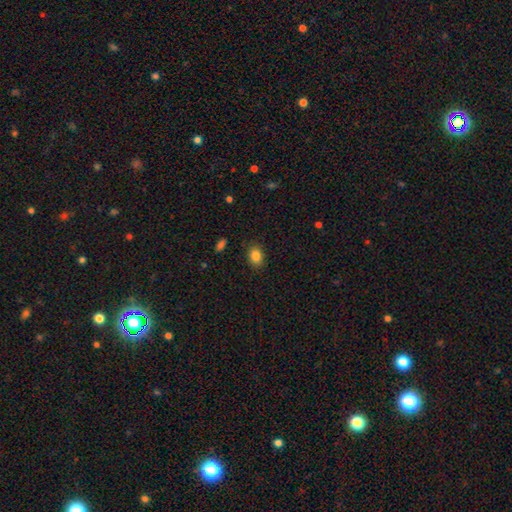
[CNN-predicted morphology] smooth-or-featured: smooth: 85% | star or artifact: 10% | featured or disk: 6%
  how-rounded: in between: 72% | round: 27% | cigar-shaped: 1%
  merging: none: 86% | minor disturbance: 10% | major disturbance: 3% | merger: 1%